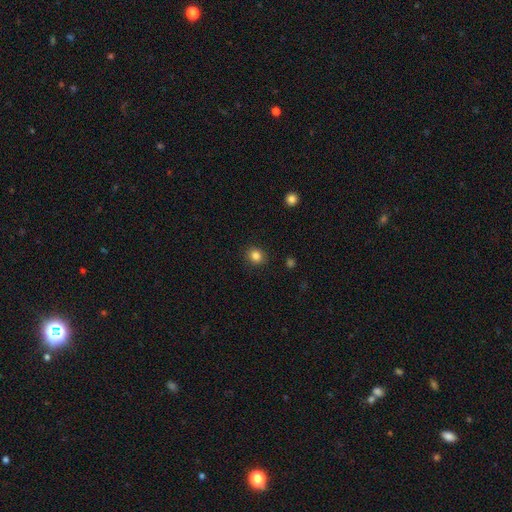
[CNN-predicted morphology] This appears to be a smooth galaxy with no disk features (84%) that is round (77%). Merging: none (89%).